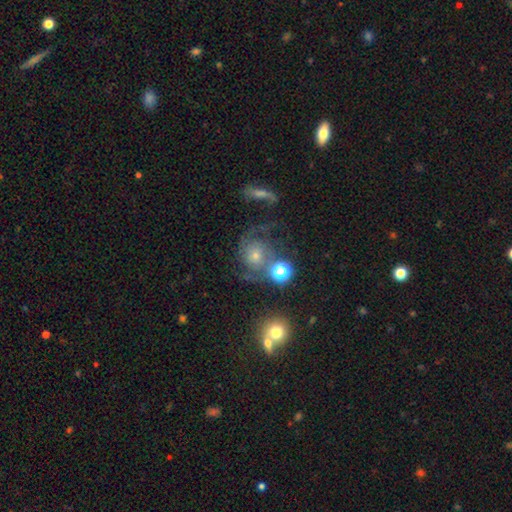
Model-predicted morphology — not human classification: Q: Smooth or featured?
A: featured or disk (65%); runner-up: smooth (22%)
Q: Edge-on disk?
A: no (97%); runner-up: yes (3%)
Q: Bar?
A: no (72%); runner-up: weak (22%)
Q: Spiral arms?
A: yes (91%); runner-up: no (9%)
Q: Spiral winding?
A: medium (46%); runner-up: tight (29%)
Q: Spiral arm count?
A: 2 (65%); runner-up: can't tell (14%)
Q: Bulge size?
A: small (51%); runner-up: moderate (37%)
Q: Merging?
A: none (50%); runner-up: major disturbance (19%)